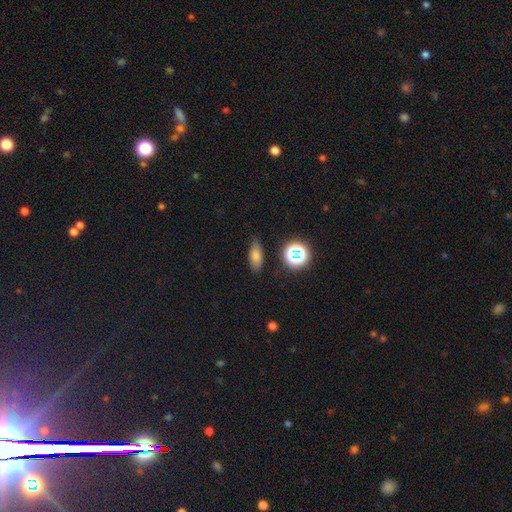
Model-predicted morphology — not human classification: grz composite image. It shows a smooth galaxy with no disk features (68%) that is in between round and cigar-shaped (67%). Merging: none (80%).